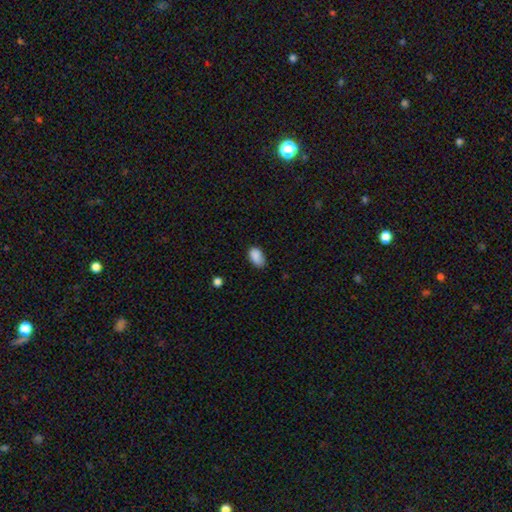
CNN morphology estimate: Overall: smooth (87%). How rounded: in between (90%). Merging: none (65%; minor disturbance 28%).